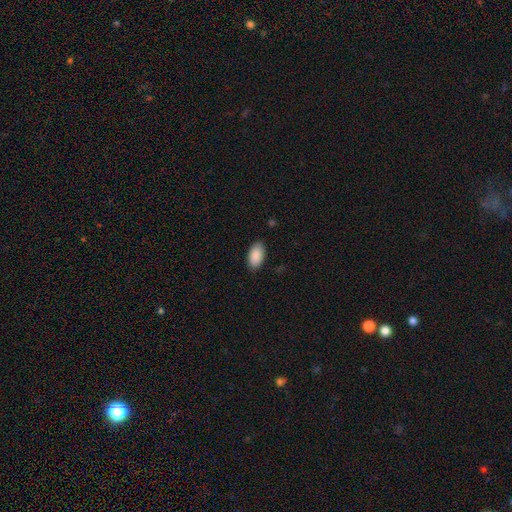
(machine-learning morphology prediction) The model was most divided on "merging": none: 87%, minor disturbance: 10%, major disturbance: 2%, merger: 1%. More confident: how rounded — in between (95%); smooth or featured — smooth (90%).